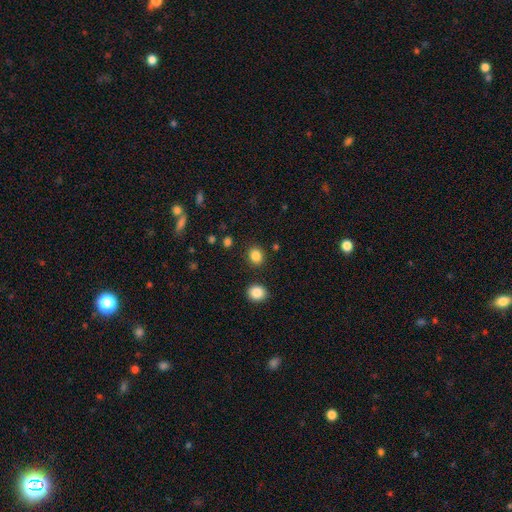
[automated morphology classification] smooth 86%, star or artifact 11%, featured or disk 4%. Down the decision tree: how rounded — round (69%); merging — none (87%).